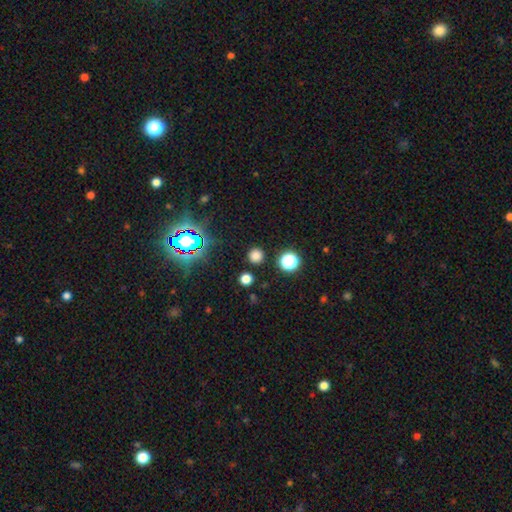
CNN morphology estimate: Smooth or featured: smooth — 74% (star or artifact — 21%)
How rounded: round — 94% (in between — 5%)
Merging: none — 89% (minor disturbance — 6%)